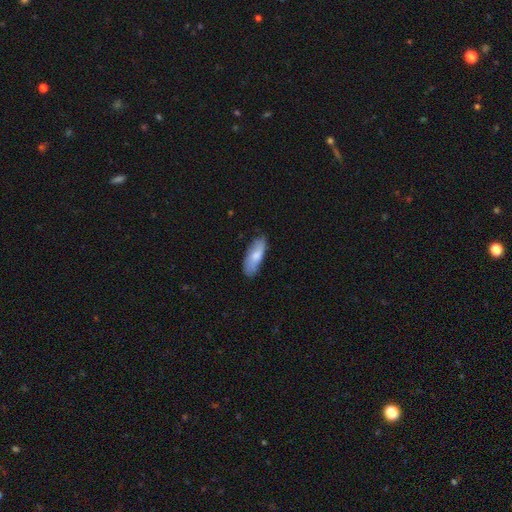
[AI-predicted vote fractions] smooth_or_featured: smooth (p=0.70) [alt: featured or disk p=0.24]
how_rounded: in between (p=0.69) [alt: cigar-shaped p=0.29]
merging: none (p=0.76) [alt: minor disturbance p=0.19]